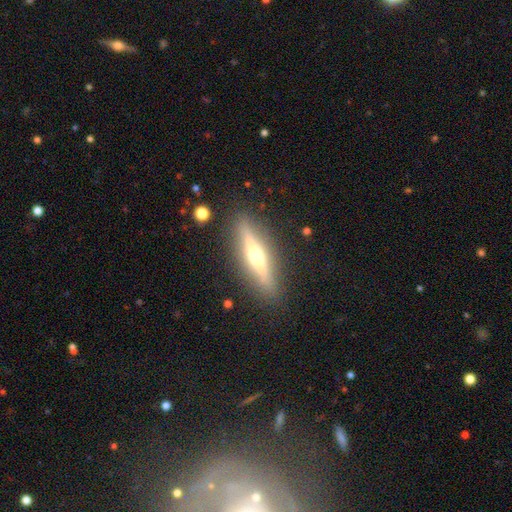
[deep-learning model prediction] This is likely a featured or disk galaxy (65%). It is clearly viewed edge-on (92%). Edge-on bulge: clearly rounded (90%). Merging: clearly none (87%).